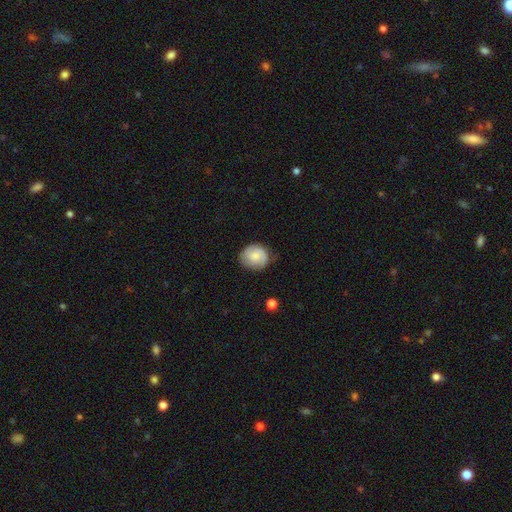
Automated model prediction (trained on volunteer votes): The model was most divided on "smooth or featured": smooth: 70%, featured or disk: 23%, star or artifact: 7%. More confident: how rounded — round (78%); merging — none (71%).